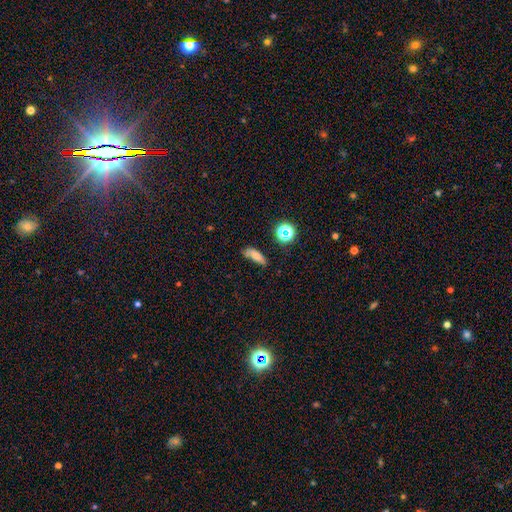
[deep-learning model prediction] A smooth galaxy with no disk features (70%) that is in between round and cigar-shaped (61%). Merging: none (52%).